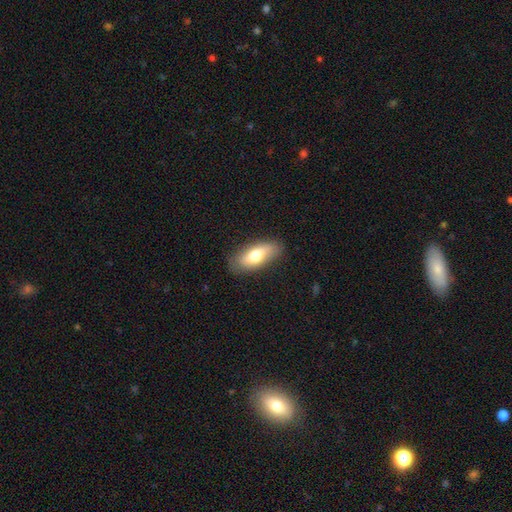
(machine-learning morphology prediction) A smooth galaxy with no disk features (69%) that is in between round and cigar-shaped (80%).

Vote fractions:
- Smooth or featured? smooth: 69% / featured or disk: 25% / star or artifact: 6%
- How rounded? in between: 80% / cigar-shaped: 16% / round: 3%
- Merging? none: 85% / minor disturbance: 12% / major disturbance: 3% / merger: 1%